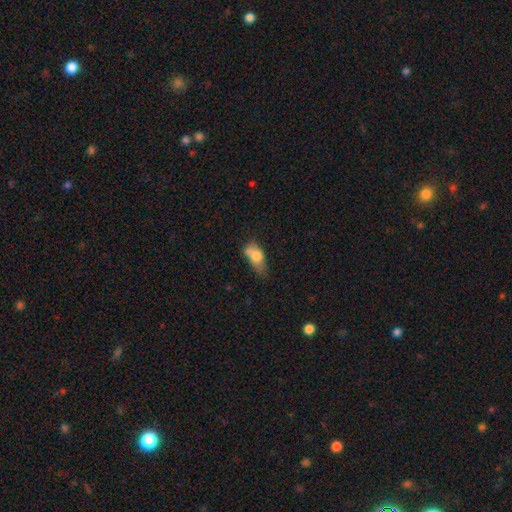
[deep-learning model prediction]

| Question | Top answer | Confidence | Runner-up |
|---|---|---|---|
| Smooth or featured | smooth | 71% | featured or disk (21%) |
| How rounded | in between | 81% | cigar-shaped (10%) |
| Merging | none | 33% | minor disturbance (30%) |